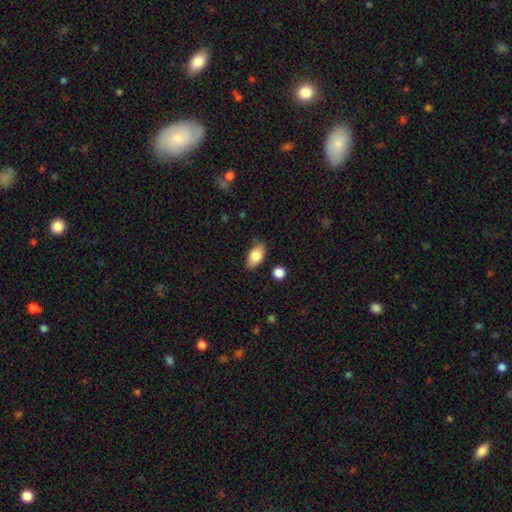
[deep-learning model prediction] smooth-or-featured: smooth: 83% | featured or disk: 10% | star or artifact: 7%
  how-rounded: in between: 91% | round: 5% | cigar-shaped: 4%
  merging: none: 80% | minor disturbance: 15% | major disturbance: 3% | merger: 2%